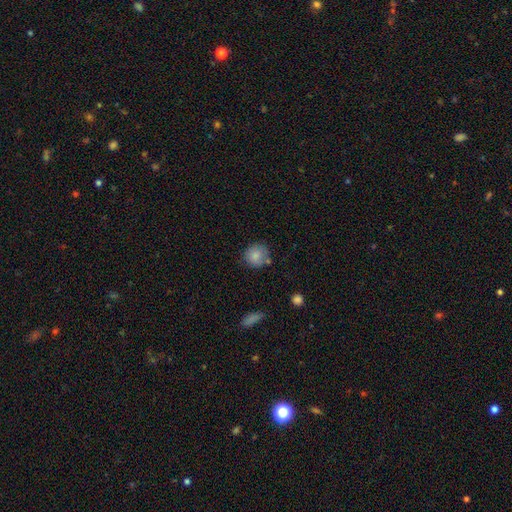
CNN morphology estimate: smooth-or-featured: smooth: 84% | star or artifact: 8% | featured or disk: 8%
  how-rounded: round: 87% | in between: 12% | cigar-shaped: 1%
  merging: none: 70% | minor disturbance: 18% | merger: 7% | major disturbance: 4%